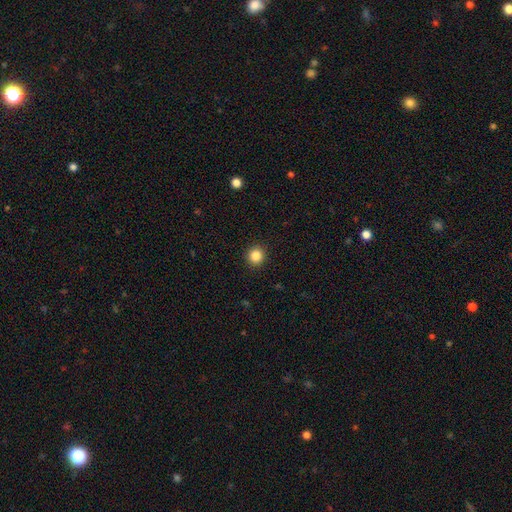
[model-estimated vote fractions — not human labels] Smooth or featured: smooth — 86% (star or artifact — 11%)
How rounded: round — 92% (in between — 7%)
Merging: none — 92% (minor disturbance — 5%)